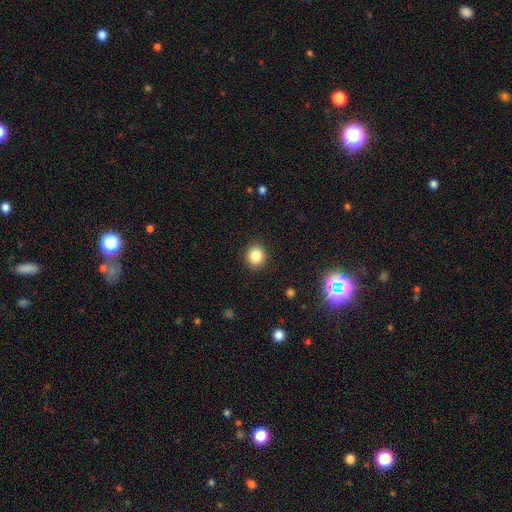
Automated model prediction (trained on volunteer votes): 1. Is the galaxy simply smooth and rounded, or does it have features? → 84% smooth, 11% star or artifact, 5% featured or disk.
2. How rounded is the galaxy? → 85% round, 14% in between, 1% cigar-shaped.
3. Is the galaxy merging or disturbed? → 90% none, 7% minor disturbance, 2% major disturbance, 1% merger.